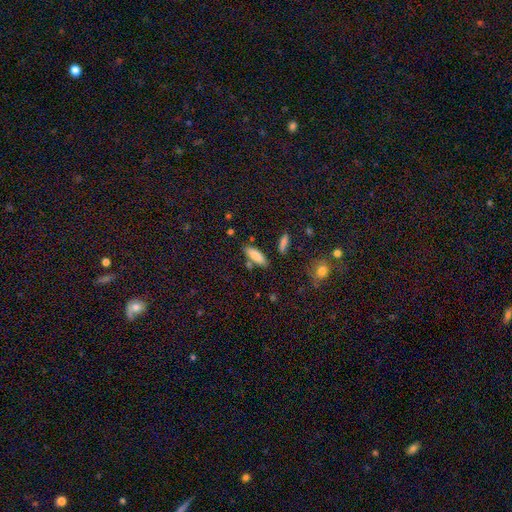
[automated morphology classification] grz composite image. It shows a smooth galaxy with no disk features (82%) that is in between round and cigar-shaped (61%). Merging: none (78%).